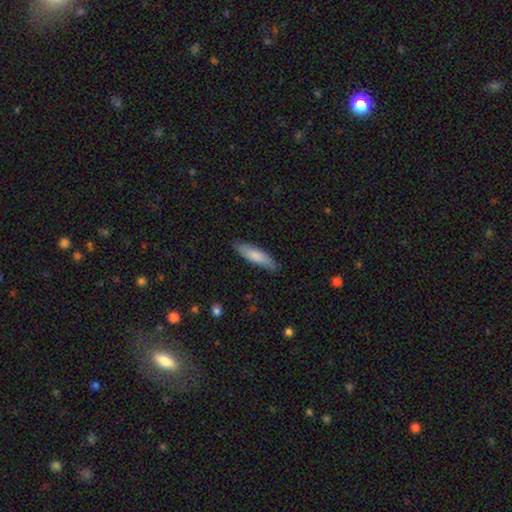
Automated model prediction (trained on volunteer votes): smooth-or-featured: smooth: 81% | featured or disk: 14% | star or artifact: 5%
  how-rounded: cigar-shaped: 66% | in between: 33% | round: 1%
  merging: none: 85% | minor disturbance: 12% | major disturbance: 2% | merger: 1%